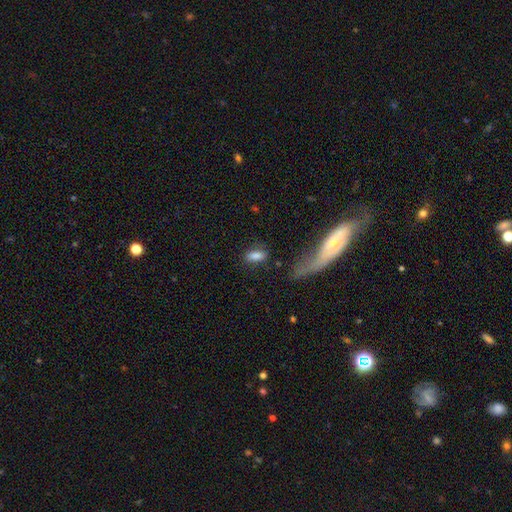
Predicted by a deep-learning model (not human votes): Morphology: type=smooth (81%); roundness=in between (84%); merging=none (72%).